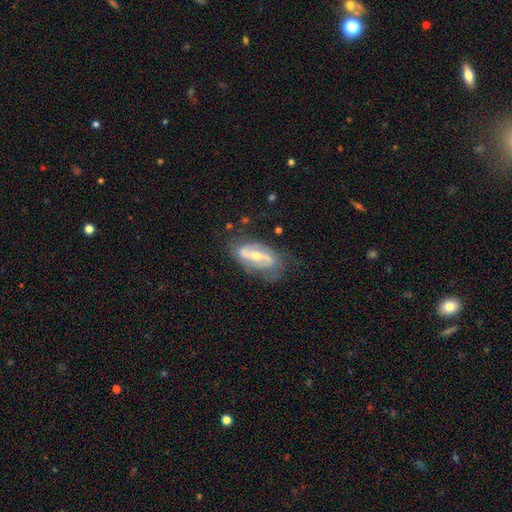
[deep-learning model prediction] This appears to be a featured or disk galaxy (79%) with a strong bar (49%), 2 (82%) loose (39%) spiral arms (82%) and a moderate central bulge (56%). Merging: none (68%).